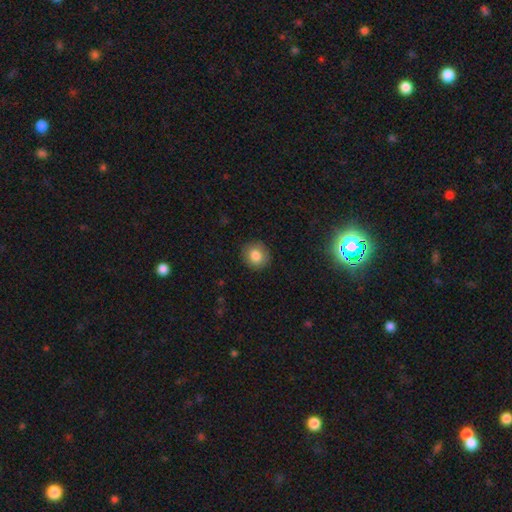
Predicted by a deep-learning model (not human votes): Smooth or featured: smooth — 83% (star or artifact — 9%)
How rounded: round — 84% (in between — 15%)
Merging: none — 88% (minor disturbance — 8%)